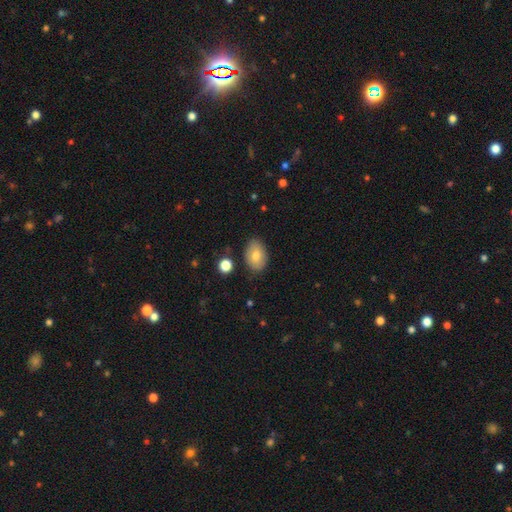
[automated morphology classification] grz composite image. It shows a smooth galaxy with no disk features (76%) that is in between round and cigar-shaped (86%). Merging: none (83%).